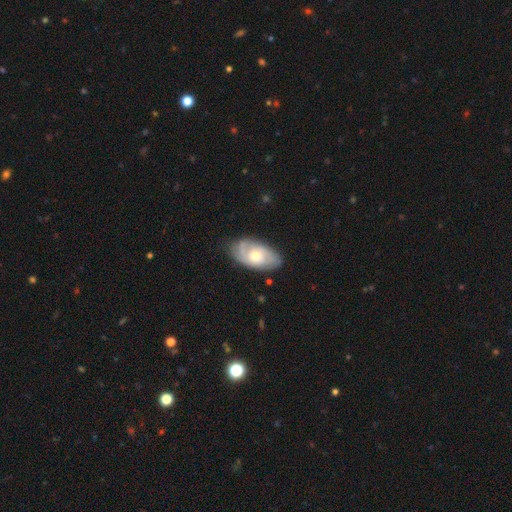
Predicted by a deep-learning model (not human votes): A featured or disk galaxy (67%) with no bar (77%), 2 (36%) tight (53%) spiral arms (86%) and a moderate central bulge (64%). Merging: none (74%).